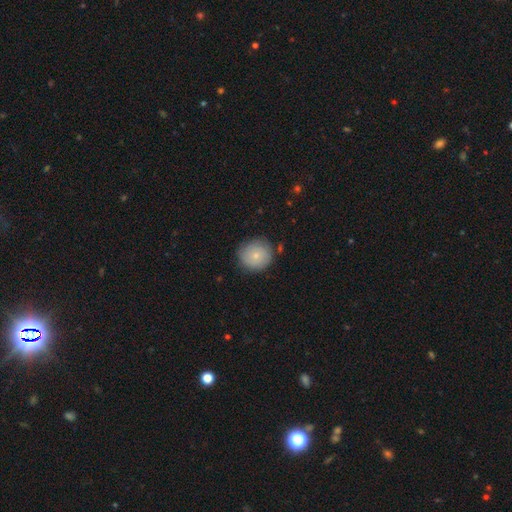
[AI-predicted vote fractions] A smooth galaxy with no disk features (76%) that is round (89%). Merging: none (80%).